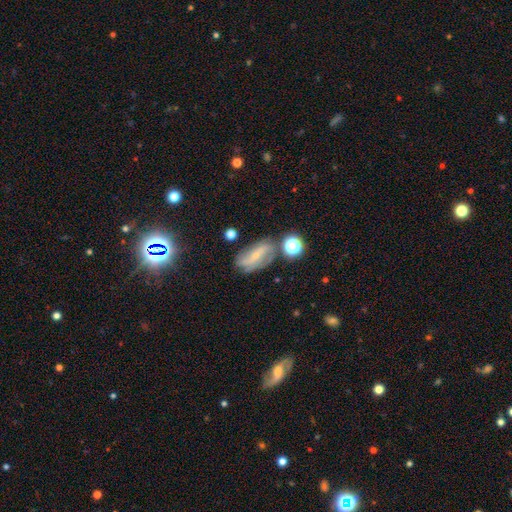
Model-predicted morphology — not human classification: This is likely a featured or disk galaxy (61%). It is clearly not viewed edge-on (88%). Bar: marginally weak (35%). Spiral arm pattern: clearly yes (80%). Central bulge: likely small (73%). Merging: possibly none (60%).